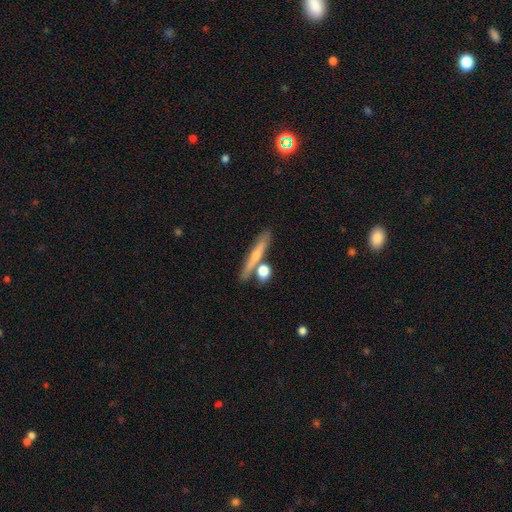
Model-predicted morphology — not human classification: This appears to be a smooth galaxy with no disk features (51%) that is cigar-shaped (77%). Merging: none (70%).